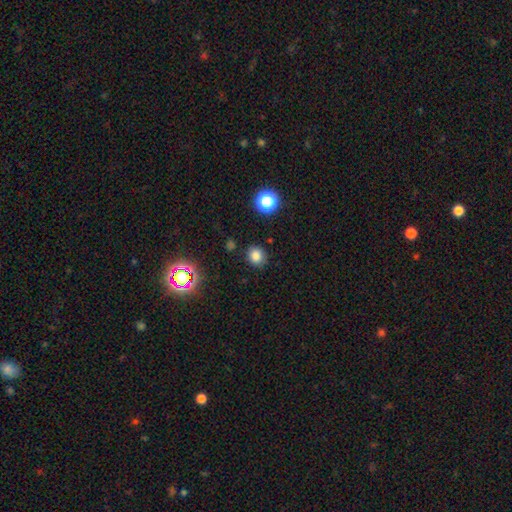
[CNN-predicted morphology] Q: Smooth or featured?
A: smooth (80%); runner-up: star or artifact (15%)
Q: How rounded?
A: round (77%); runner-up: in between (22%)
Q: Merging?
A: none (85%); runner-up: minor disturbance (10%)